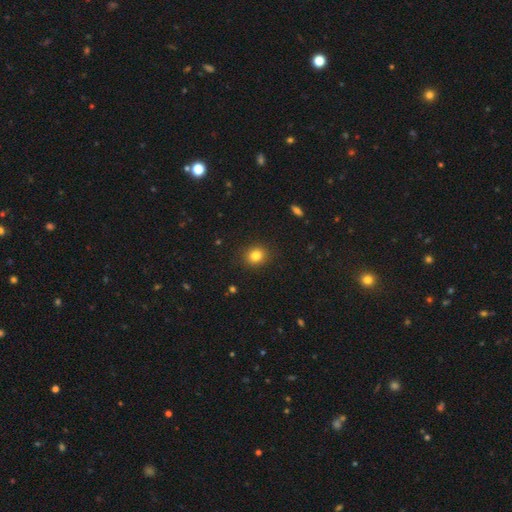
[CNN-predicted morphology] A smooth galaxy with no disk features (82%) that is round (75%). Merging: none (90%).